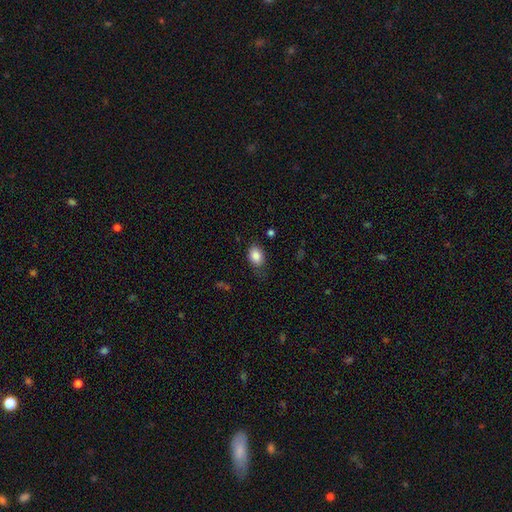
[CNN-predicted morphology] type=smooth (86%); roundness=in between (79%); merging=none (65%).